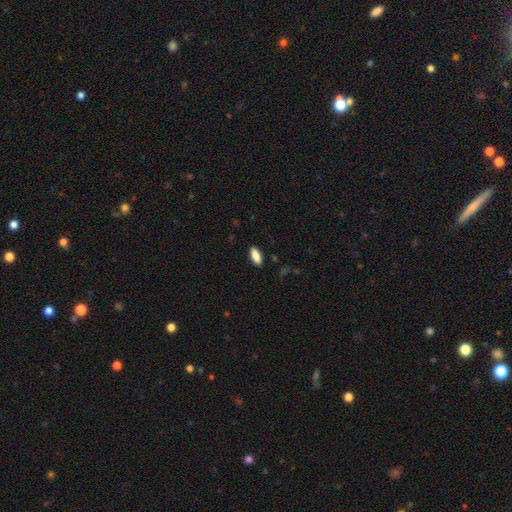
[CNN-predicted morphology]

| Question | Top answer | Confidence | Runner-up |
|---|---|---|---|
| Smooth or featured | smooth | 87% | star or artifact (7%) |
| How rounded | in between | 78% | cigar-shaped (20%) |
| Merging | none | 87% | minor disturbance (9%) |